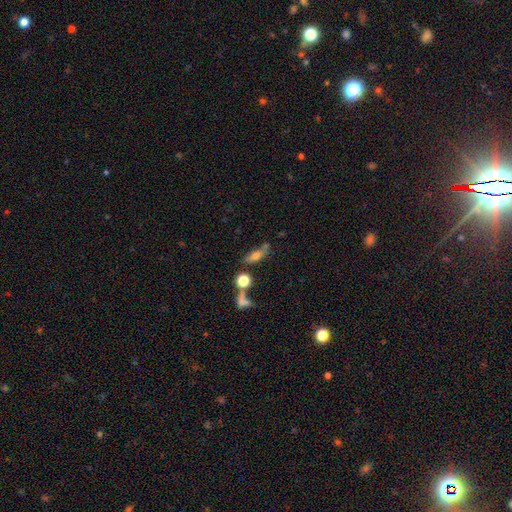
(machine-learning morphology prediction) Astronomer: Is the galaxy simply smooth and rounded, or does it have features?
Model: smooth — 63%.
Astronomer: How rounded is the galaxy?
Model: in between — 52% (runner-up: cigar-shaped, 37%).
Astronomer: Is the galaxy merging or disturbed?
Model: none — 48%.